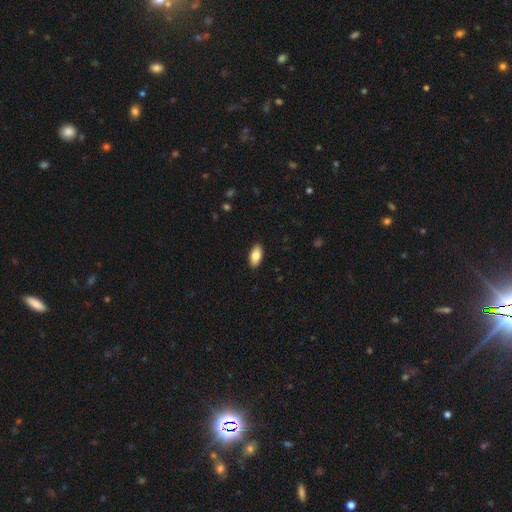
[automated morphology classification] A smooth galaxy with no disk features (84%) that is in between round and cigar-shaped (93%).

Vote fractions:
- Smooth or featured? smooth: 84% / featured or disk: 10% / star or artifact: 6%
- How rounded? in between: 93% / cigar-shaped: 4% / round: 3%
- Merging? none: 90% / minor disturbance: 7% / major disturbance: 2% / merger: 1%